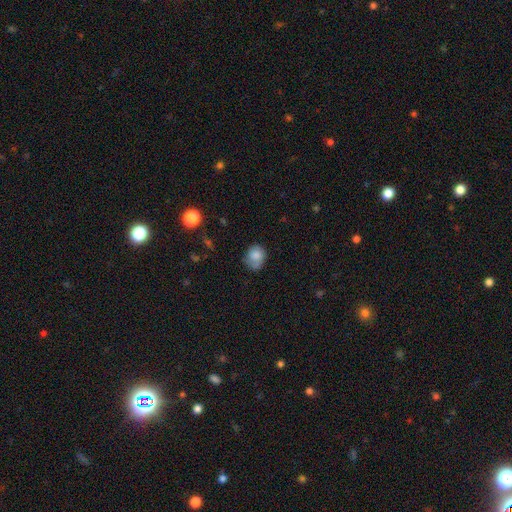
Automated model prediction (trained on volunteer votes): Smooth or featured? smooth (77%)
How rounded? round (62%)
Merging? none (50%)